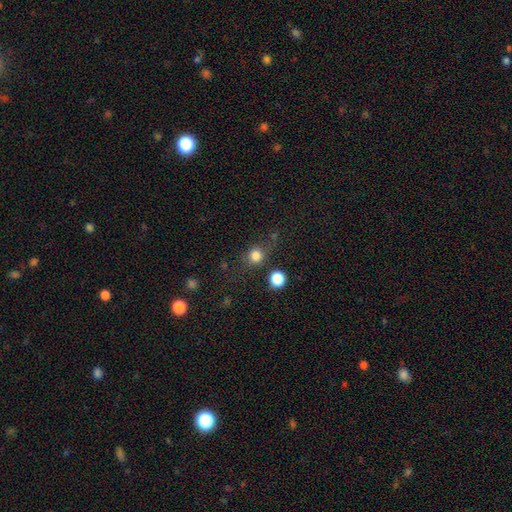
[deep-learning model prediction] Q: Smooth or featured?
A: smooth (81%); runner-up: star or artifact (14%)
Q: How rounded?
A: round (83%); runner-up: in between (15%)
Q: Merging?
A: none (71%); runner-up: minor disturbance (13%)